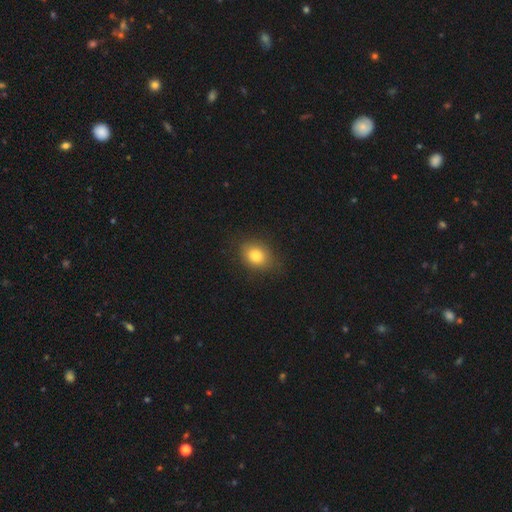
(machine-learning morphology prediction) Smooth or featured? smooth (81%)
How rounded? in between (56%)
Merging? none (81%)